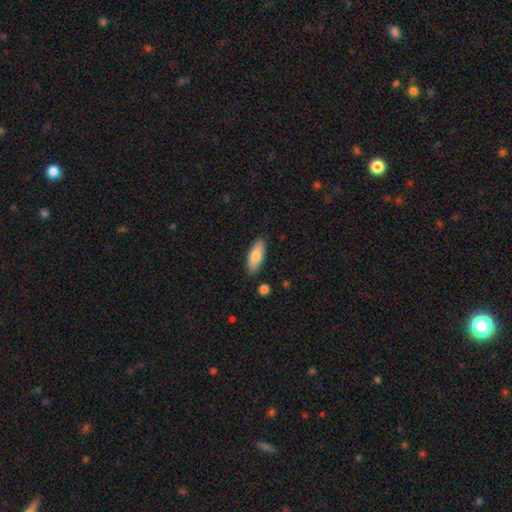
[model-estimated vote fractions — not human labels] This appears to be a smooth galaxy with no disk features (81%) that is in between round and cigar-shaped (73%). Merging: none (86%).